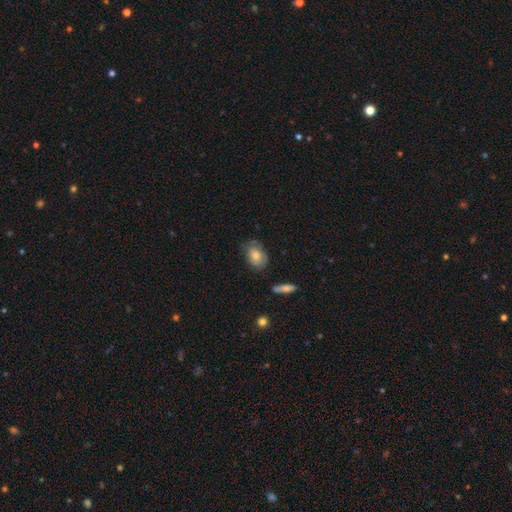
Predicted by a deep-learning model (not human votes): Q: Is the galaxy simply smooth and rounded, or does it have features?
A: smooth — 69%.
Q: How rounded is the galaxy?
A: in between — 78%.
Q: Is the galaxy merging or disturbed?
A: none — 60%.